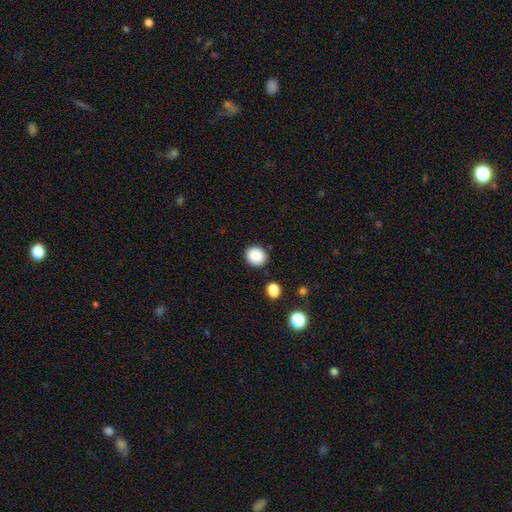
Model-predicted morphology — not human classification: Smooth or featured? Predicted: smooth (p=0.88). How rounded? Predicted: round (p=0.77). Merging? Predicted: none (p=0.87).